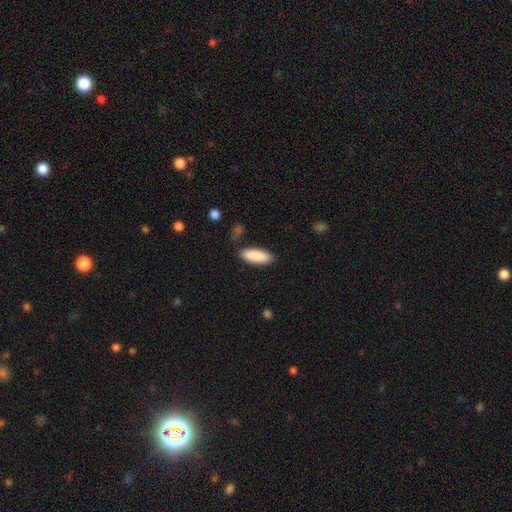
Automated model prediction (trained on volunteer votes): The model was most divided on "how rounded": in between: 66%, cigar-shaped: 33%, round: 2%. More confident: smooth or featured — smooth (89%); merging — none (85%).